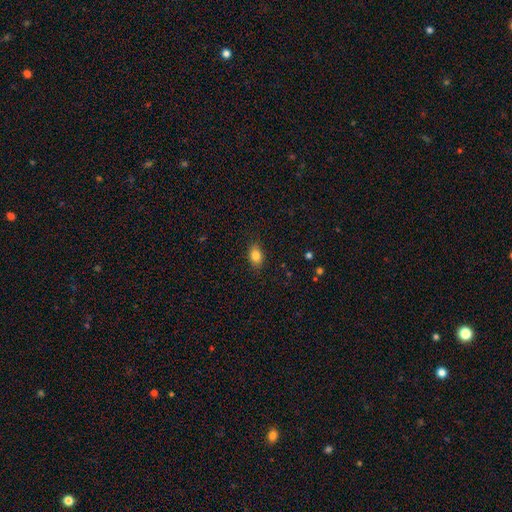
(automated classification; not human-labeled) smooth-or-featured: smooth: 83% | star or artifact: 9% | featured or disk: 8%
  how-rounded: in between: 80% | round: 18% | cigar-shaped: 2%
  merging: none: 86% | minor disturbance: 11% | major disturbance: 2% | merger: 1%